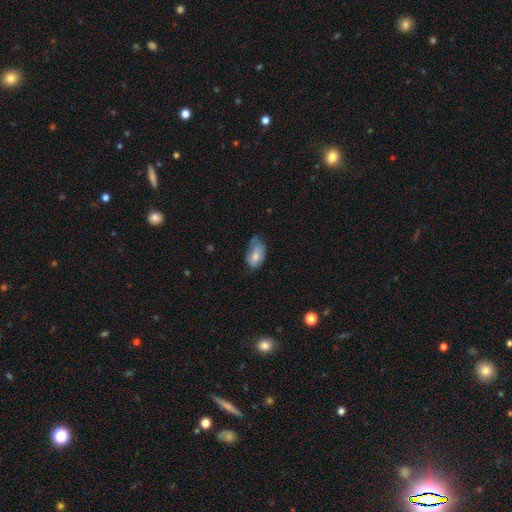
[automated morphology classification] smooth 74%, featured or disk 19%, star or artifact 7%. Down the decision tree: how rounded — in between (91%); merging — minor disturbance (44%).